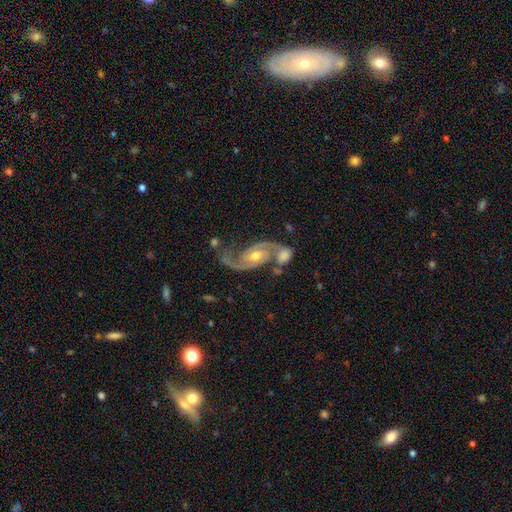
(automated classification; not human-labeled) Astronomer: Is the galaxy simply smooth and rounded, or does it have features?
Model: featured or disk — 90%.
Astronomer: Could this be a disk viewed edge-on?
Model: no — 97%.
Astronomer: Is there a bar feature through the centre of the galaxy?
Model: no — 56% (runner-up: weak, 33%).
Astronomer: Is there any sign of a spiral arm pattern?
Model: yes — 97%.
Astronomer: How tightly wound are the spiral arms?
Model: medium — 51% (runner-up: loose, 33%).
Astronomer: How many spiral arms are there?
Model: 2 — 92%.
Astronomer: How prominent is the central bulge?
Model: moderate — 69%.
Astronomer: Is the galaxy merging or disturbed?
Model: none — 45% (runner-up: merger, 30%).